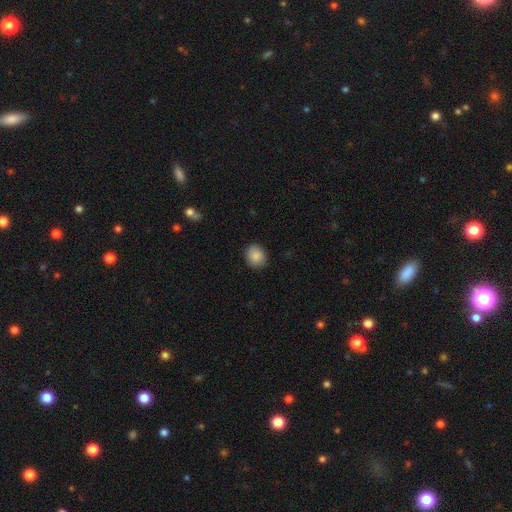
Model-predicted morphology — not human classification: Q: Smooth or featured?
A: smooth (88%); runner-up: star or artifact (8%)
Q: How rounded?
A: round (70%); runner-up: in between (29%)
Q: Merging?
A: none (88%); runner-up: minor disturbance (9%)